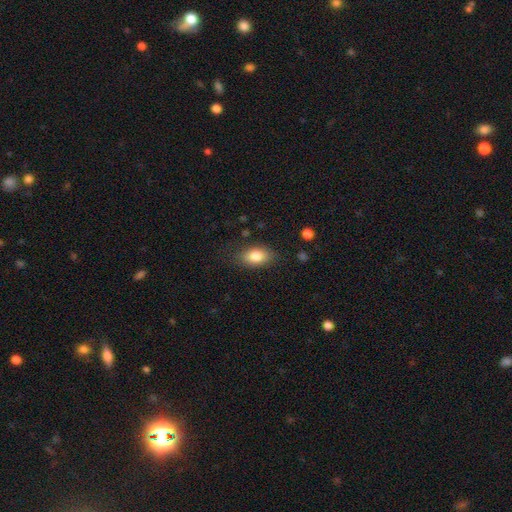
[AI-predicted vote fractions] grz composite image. It shows a smooth galaxy with no disk features (83%) that is in between round and cigar-shaped (87%). Merging: none (79%).